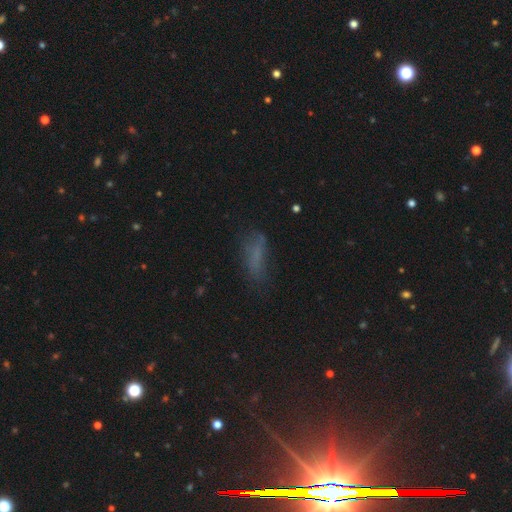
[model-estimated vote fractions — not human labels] Overall: smooth (62%). How rounded: in between (56%; cigar-shaped 41%). Merging: none (55%; minor disturbance 26%).